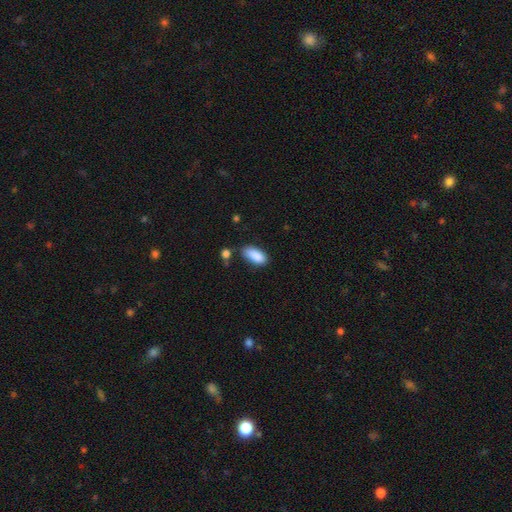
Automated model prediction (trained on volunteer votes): Smooth or featured? Predicted: smooth (p=0.89). How rounded? Predicted: in between (p=0.89). Merging? Predicted: none (p=0.71).